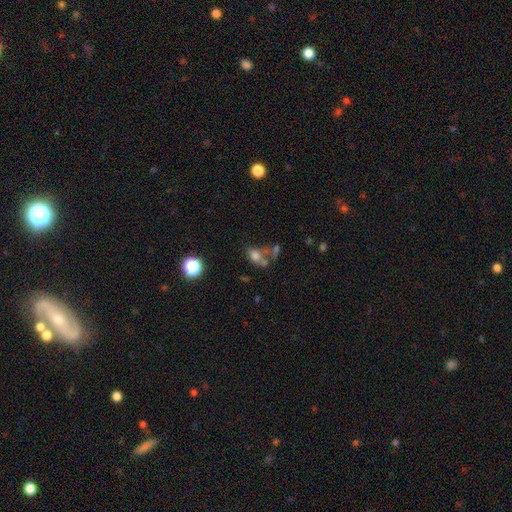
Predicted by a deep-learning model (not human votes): smooth_or_featured: smooth (p=0.63) [alt: featured or disk p=0.20]
how_rounded: in between (p=0.72) [alt: round p=0.25]
merging: merger (p=0.39) [alt: none p=0.29]